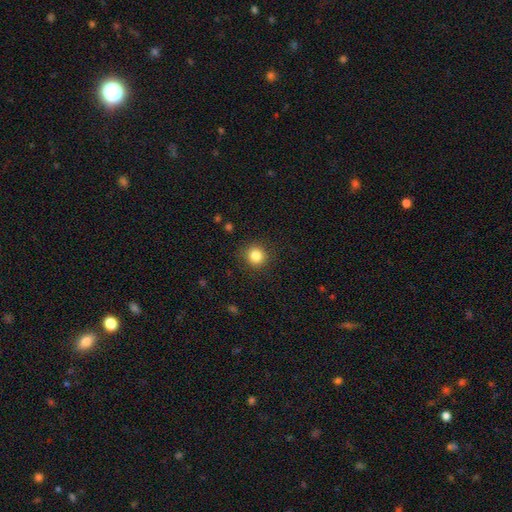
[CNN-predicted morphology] type=smooth (83%); roundness=round (92%); merging=none (89%).